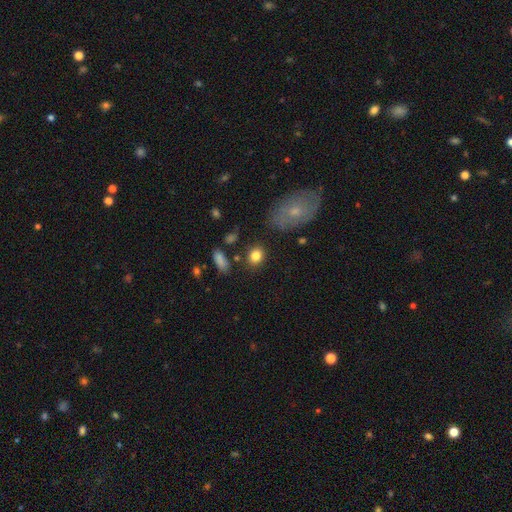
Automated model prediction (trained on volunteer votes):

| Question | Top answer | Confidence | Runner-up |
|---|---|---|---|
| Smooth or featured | smooth | 83% | star or artifact (9%) |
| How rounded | round | 54% | in between (44%) |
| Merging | none | 82% | minor disturbance (10%) |